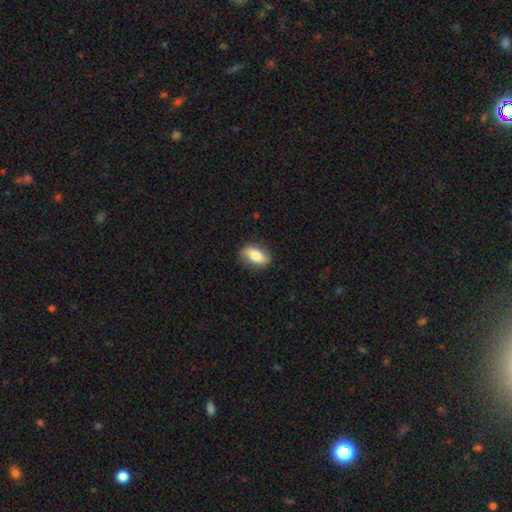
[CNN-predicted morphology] A smooth galaxy with no disk features (70%) that is in between round and cigar-shaped (86%).

Vote fractions:
- Smooth or featured? smooth: 70% / featured or disk: 23% / star or artifact: 7%
- How rounded? in between: 86% / round: 9% / cigar-shaped: 5%
- Merging? none: 83% / minor disturbance: 13% / major disturbance: 3% / merger: 1%